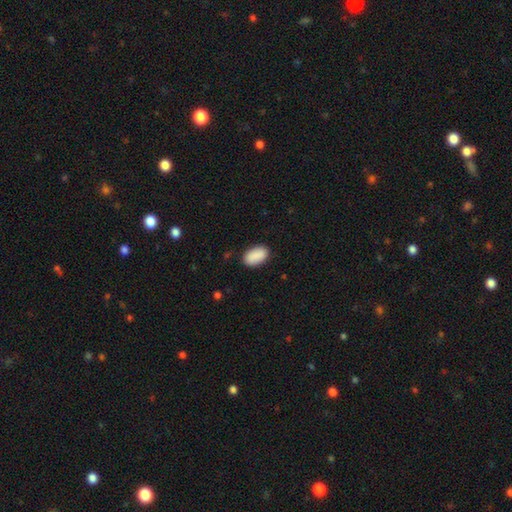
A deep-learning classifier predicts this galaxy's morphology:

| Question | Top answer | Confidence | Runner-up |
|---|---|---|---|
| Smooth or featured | smooth | 90% | star or artifact (6%) |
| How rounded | in between | 94% | round (5%) |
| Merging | none | 87% | minor disturbance (10%) |